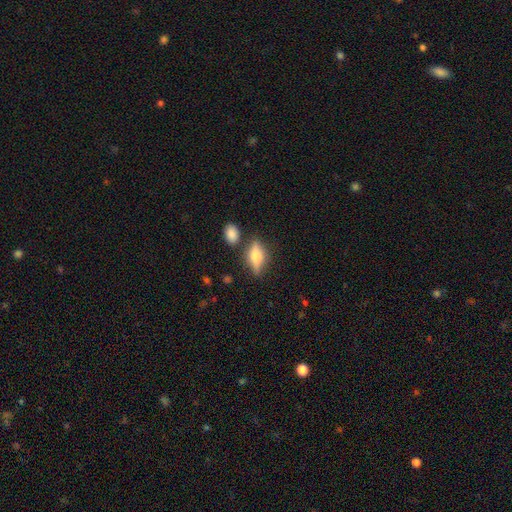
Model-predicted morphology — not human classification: This is possibly a smooth galaxy (46%). Merging: likely none (76%).